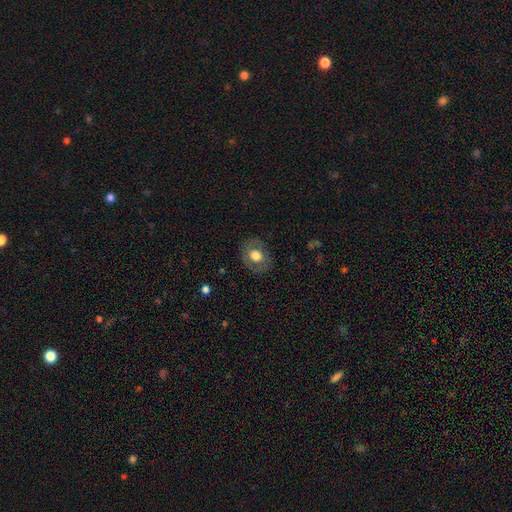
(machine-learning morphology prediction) Overall: smooth (61%; featured or disk 31%). How rounded: round (58%; in between 41%). Merging: none (82%).